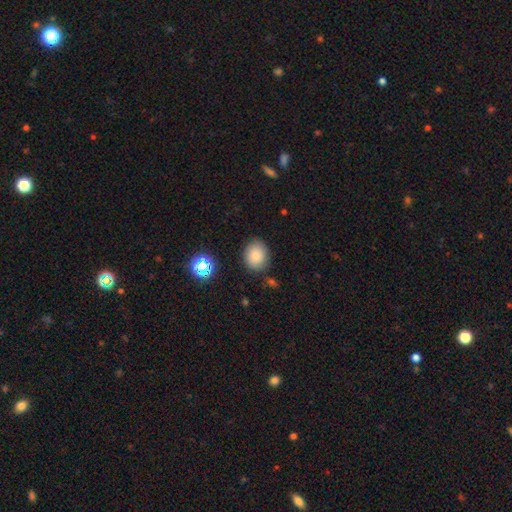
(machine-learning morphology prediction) smooth-or-featured: smooth: 84% | star or artifact: 11% | featured or disk: 5%
  how-rounded: round: 56% | in between: 43% | cigar-shaped: 1%
  merging: none: 81% | minor disturbance: 12% | major disturbance: 3% | merger: 3%